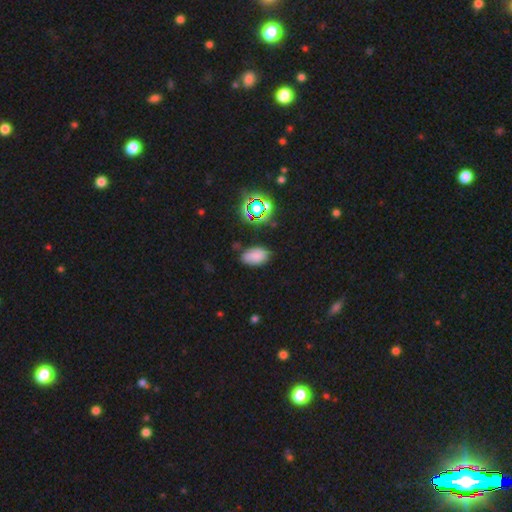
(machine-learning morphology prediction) Smooth or featured?
  - smooth: 75% *
  - star or artifact: 17%
  - featured or disk: 8%
How rounded?
  - in between: 92% *
  - round: 7%
  - cigar-shaped: 2%
Merging?
  - none: 76% *
  - minor disturbance: 17%
  - major disturbance: 4%
  - merger: 3%